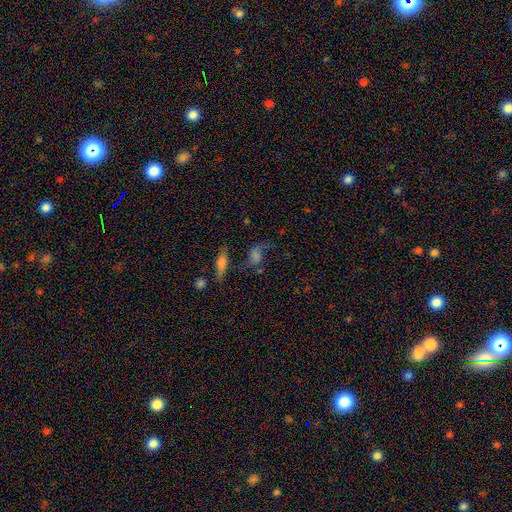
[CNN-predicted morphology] Smooth or featured? Predicted: smooth (p=0.44). Merging? Predicted: none (p=0.46).